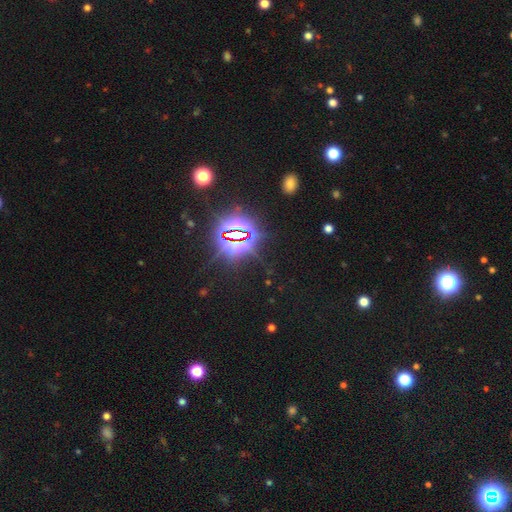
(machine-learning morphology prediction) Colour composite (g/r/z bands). It shows a star or artifact, not a galaxy (82%).